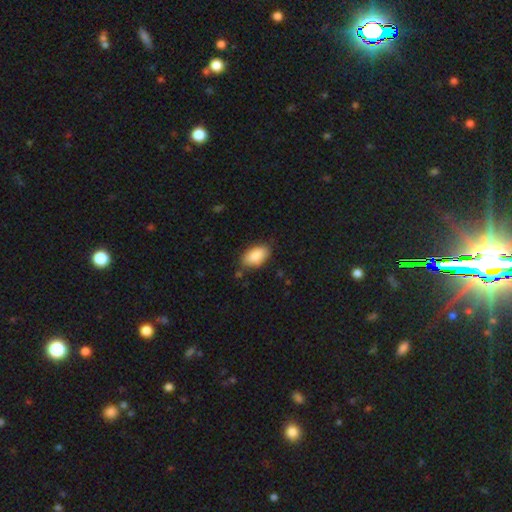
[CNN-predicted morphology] This appears to be a smooth galaxy with no disk features (88%) that is in between round and cigar-shaped (94%). Merging: none (77%).